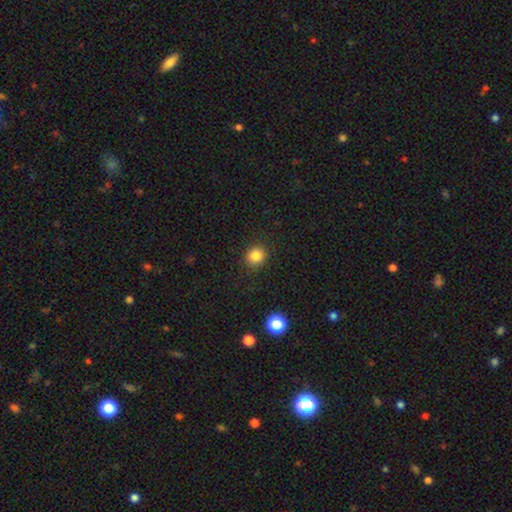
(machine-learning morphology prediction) Smooth or featured: smooth — 84% (star or artifact — 12%)
How rounded: round — 83% (in between — 16%)
Merging: none — 88% (minor disturbance — 8%)